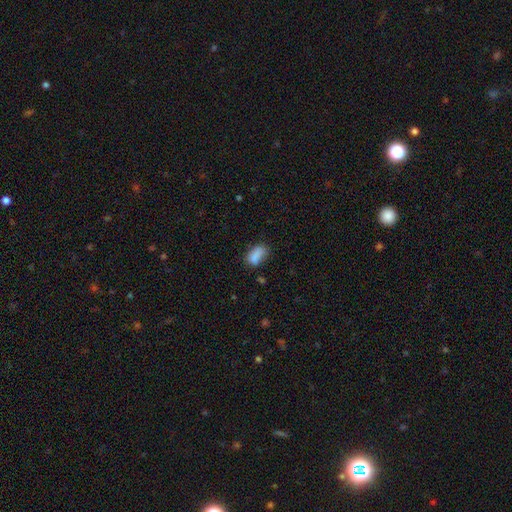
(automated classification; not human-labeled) Smooth or featured? Predicted: smooth (p=0.82). How rounded? Predicted: in between (p=0.89). Merging? Predicted: none (p=0.50).